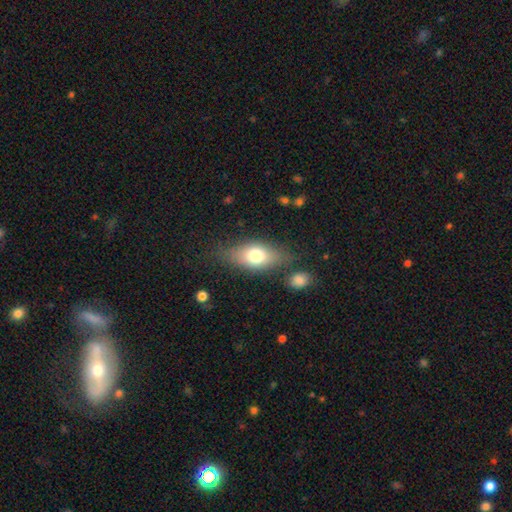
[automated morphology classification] Smooth or featured: smooth — 71% (featured or disk — 21%)
How rounded: in between — 81% (round — 10%)
Merging: none — 71% (minor disturbance — 17%)